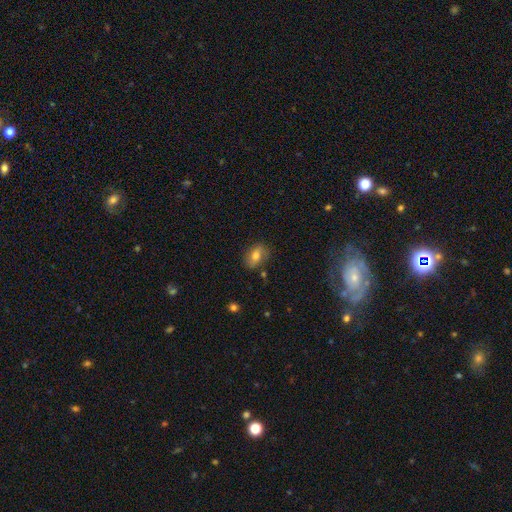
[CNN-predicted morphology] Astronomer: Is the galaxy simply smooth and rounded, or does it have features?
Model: smooth — 66%.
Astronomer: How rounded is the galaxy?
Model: in between — 81%.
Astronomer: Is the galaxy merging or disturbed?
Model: none — 78%.